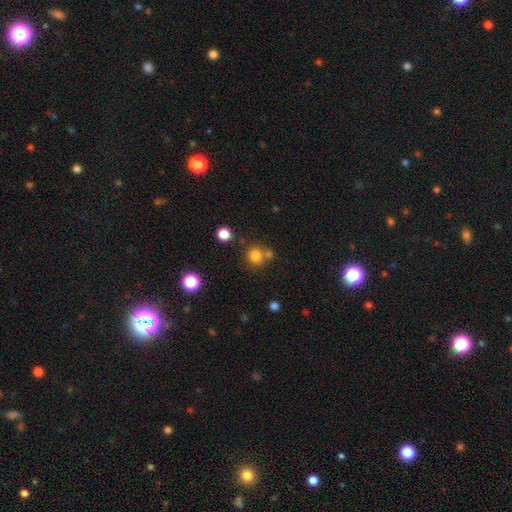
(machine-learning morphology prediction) smooth_or_featured: smooth (p=0.80) [alt: star or artifact p=0.14]
how_rounded: round (p=0.89) [alt: in between p=0.10]
merging: none (p=0.67) [alt: merger p=0.21]